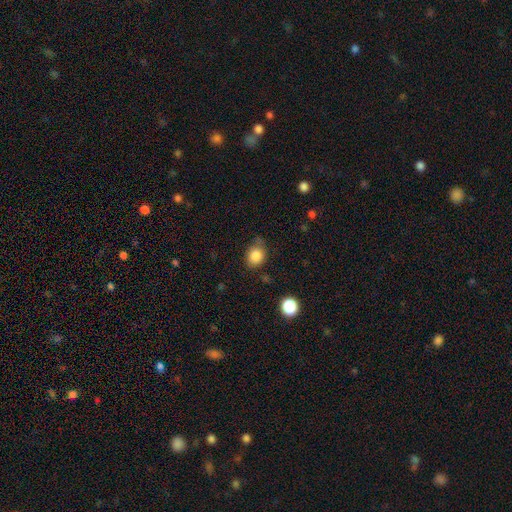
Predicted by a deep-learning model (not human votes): Smooth or featured? Predicted: smooth (p=0.84). How rounded? Predicted: round (p=0.55). Merging? Predicted: none (p=0.62).